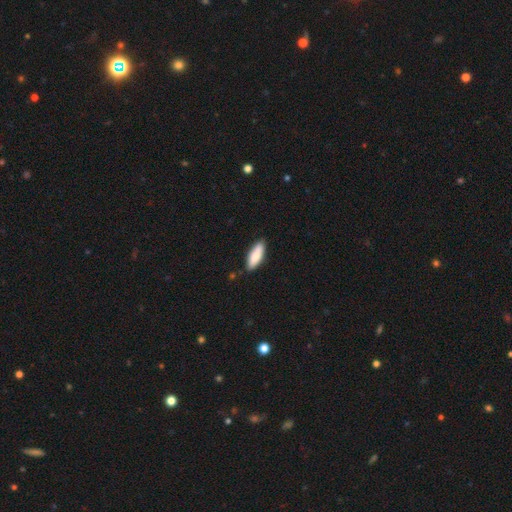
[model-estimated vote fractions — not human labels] The model was most divided on "how rounded": in between: 61%, cigar-shaped: 37%, round: 2%. More confident: smooth or featured — smooth (85%); merging — none (83%).